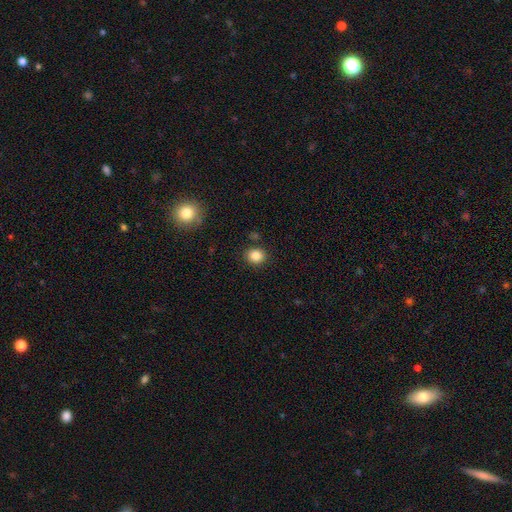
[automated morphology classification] Q: Smooth or featured?
A: smooth (84%); runner-up: star or artifact (11%)
Q: How rounded?
A: round (77%); runner-up: in between (22%)
Q: Merging?
A: none (87%); runner-up: minor disturbance (8%)